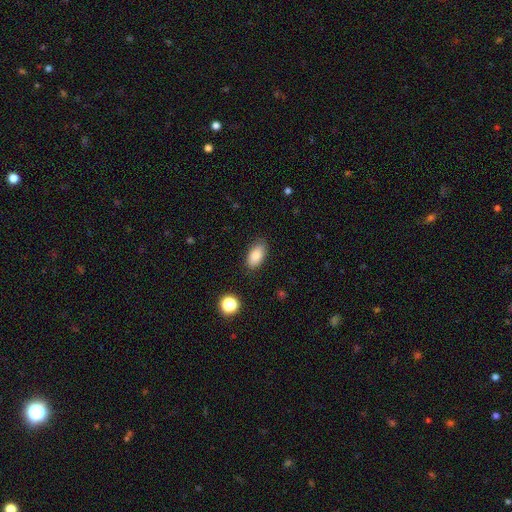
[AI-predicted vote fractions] smooth_or_featured: smooth (p=0.85) [alt: star or artifact p=0.08]
how_rounded: in between (p=0.92) [alt: round p=0.05]
merging: none (p=0.84) [alt: minor disturbance p=0.12]